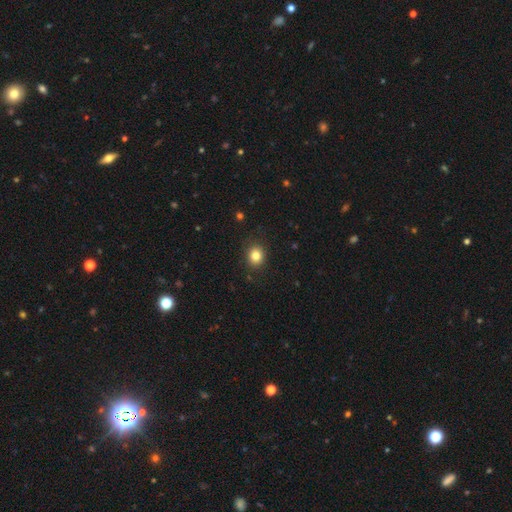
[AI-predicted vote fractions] A smooth galaxy with no disk features (83%) that is round (73%). Merging: none (88%).